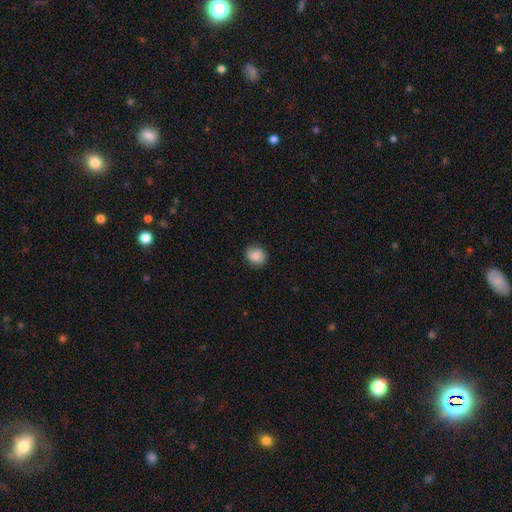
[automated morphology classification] type=smooth (81%); roundness=round (72%); merging=none (80%).